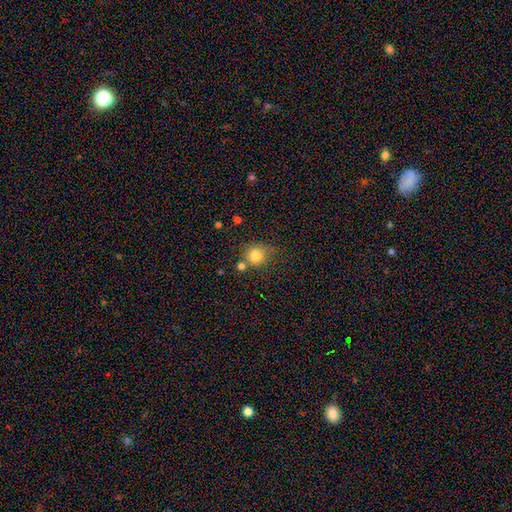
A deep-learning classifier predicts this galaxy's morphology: Smooth or featured?
  - smooth: 81% *
  - star or artifact: 11%
  - featured or disk: 8%
How rounded?
  - round: 86% *
  - in between: 13%
  - cigar-shaped: 1%
Merging?
  - none: 62% *
  - minor disturbance: 16%
  - merger: 16%
  - major disturbance: 6%